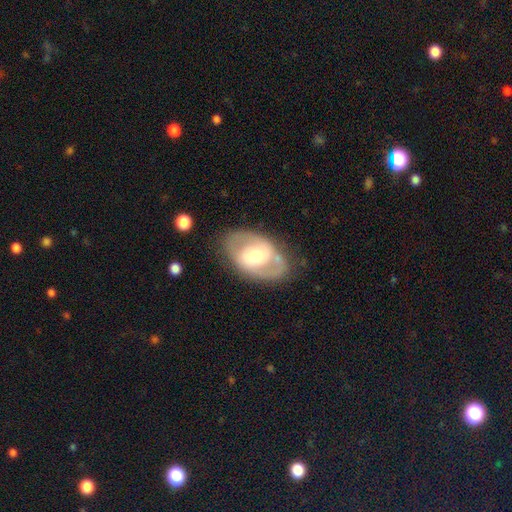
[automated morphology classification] smooth-or-featured: featured or disk: 63% | smooth: 31% | star or artifact: 6%
  disk-edge-on: no: 93% | yes: 7%
    bar: no: 46% | weak: 35% | strong: 19%
    has-spiral-arms: yes: 53% | no: 47%
    bulge-size: moderate: 63% | large: 20% | small: 14% | dominant: 2% | none: 1%
  merging: none: 74% | minor disturbance: 16% | major disturbance: 7% | merger: 2%